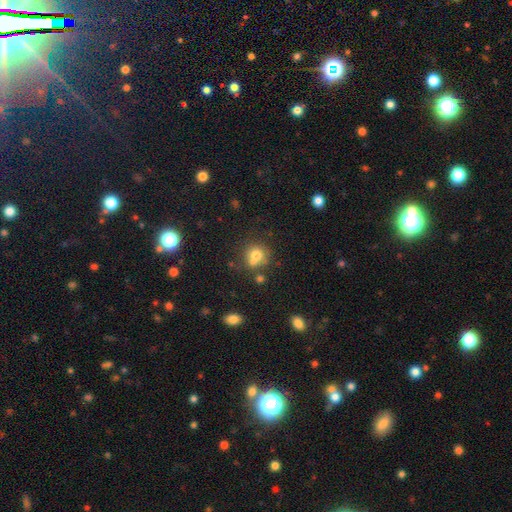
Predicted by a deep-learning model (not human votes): Smooth or featured? smooth (72%)
How rounded? round (79%)
Merging? none (50%)